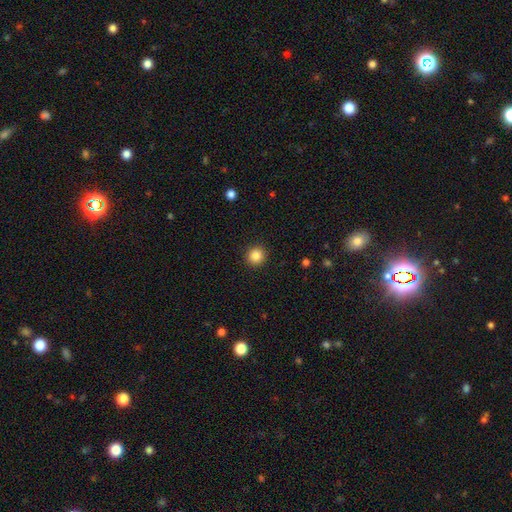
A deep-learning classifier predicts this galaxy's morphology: smooth-or-featured: smooth: 86% | star or artifact: 10% | featured or disk: 4%
  how-rounded: round: 94% | in between: 6% | cigar-shaped: 1%
  merging: none: 92% | minor disturbance: 5% | major disturbance: 2% | merger: 1%